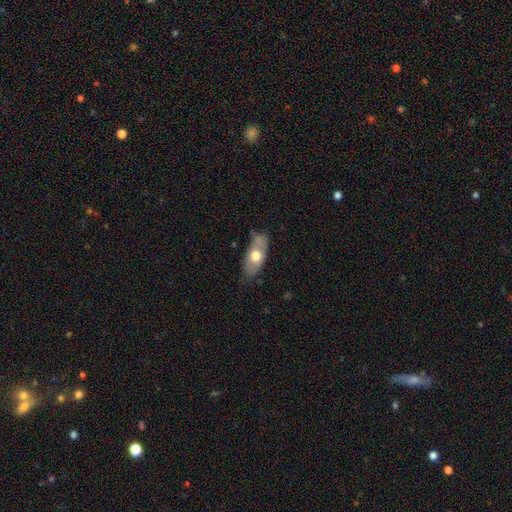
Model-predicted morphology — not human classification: Smooth or featured: smooth — 58% (featured or disk — 36%)
How rounded: in between — 85% (cigar-shaped — 10%)
Merging: none — 65% (minor disturbance — 25%)